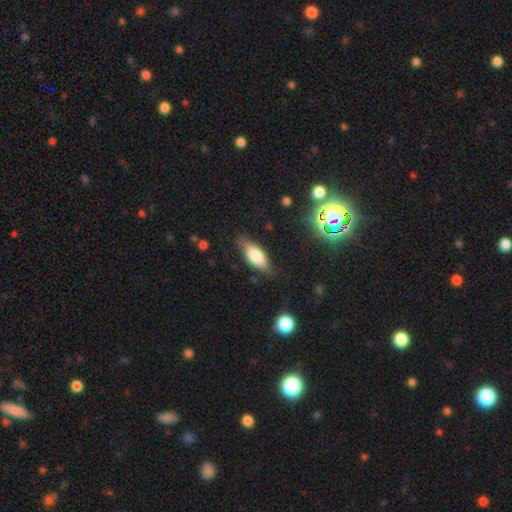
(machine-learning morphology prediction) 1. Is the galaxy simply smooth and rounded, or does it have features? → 70% smooth, 22% featured or disk, 8% star or artifact.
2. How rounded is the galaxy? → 76% in between, 22% cigar-shaped, 3% round.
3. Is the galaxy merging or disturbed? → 76% none, 18% minor disturbance, 4% major disturbance, 2% merger.